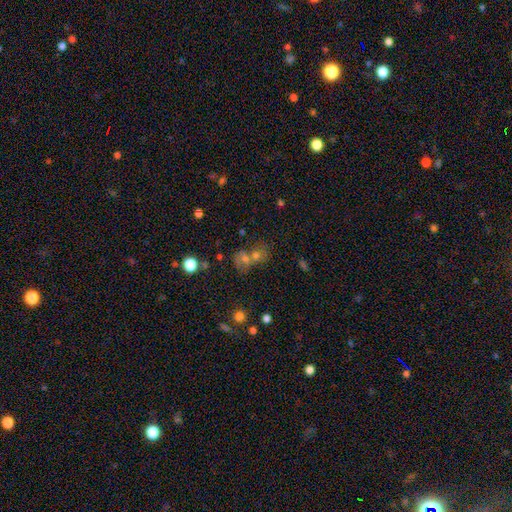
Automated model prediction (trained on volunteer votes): Q: Smooth or featured?
A: smooth (48%); runner-up: star or artifact (30%)
Q: Merging?
A: merger (46%); runner-up: none (38%)